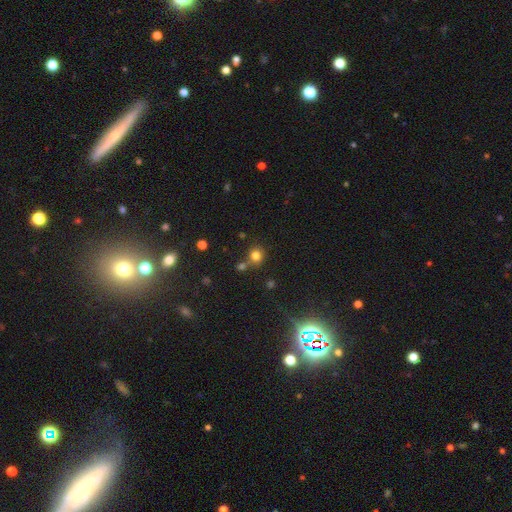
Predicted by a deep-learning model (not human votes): The model was most divided on "merging": none: 67%, merger: 19%, minor disturbance: 10%, major disturbance: 4%. More confident: how rounded — round (86%); smooth or featured — smooth (78%).